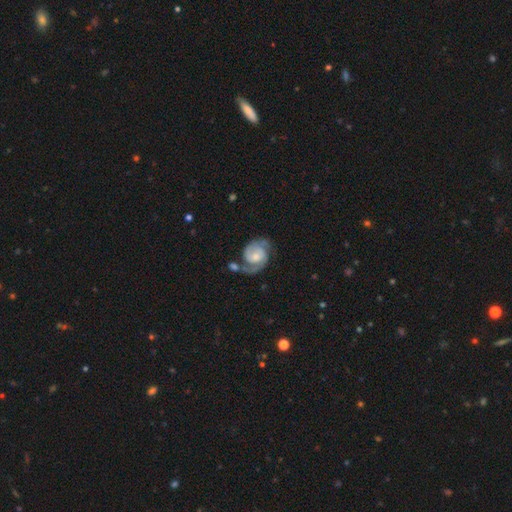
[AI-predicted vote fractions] Smooth or featured? featured or disk (83%)
Edge-on disk? no (98%)
Bar? no (63%)
Spiral arms? yes (96%)
Spiral winding? medium (45%)
Spiral arm count? 2 (80%)
Bulge size? moderate (42%)
Merging? none (48%)